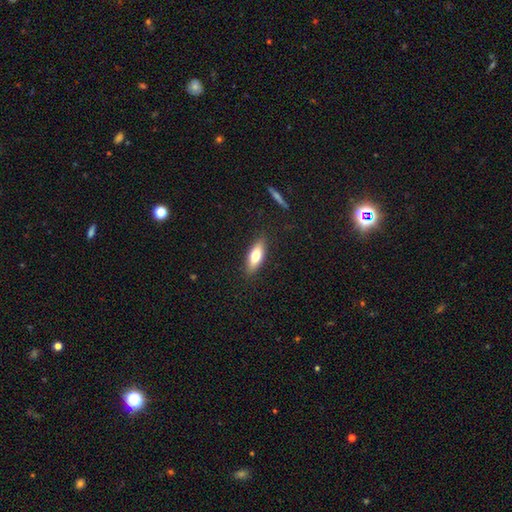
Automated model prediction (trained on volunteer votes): Overall: smooth (70%). How rounded: in between (65%; cigar-shaped 33%). Merging: none (87%).